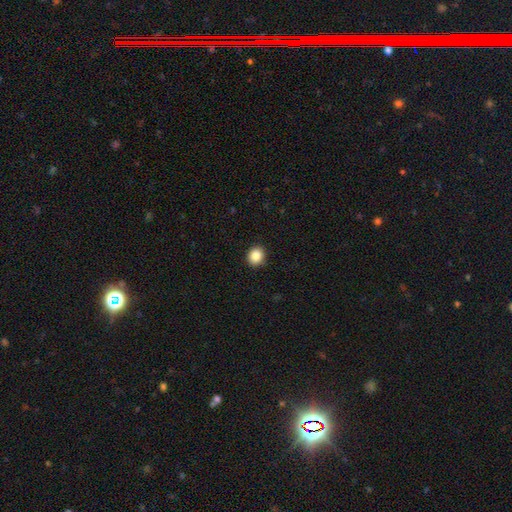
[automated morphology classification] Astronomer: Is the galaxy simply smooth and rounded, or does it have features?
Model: smooth — 87%.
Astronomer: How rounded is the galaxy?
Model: round — 78%.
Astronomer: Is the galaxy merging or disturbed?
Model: none — 90%.